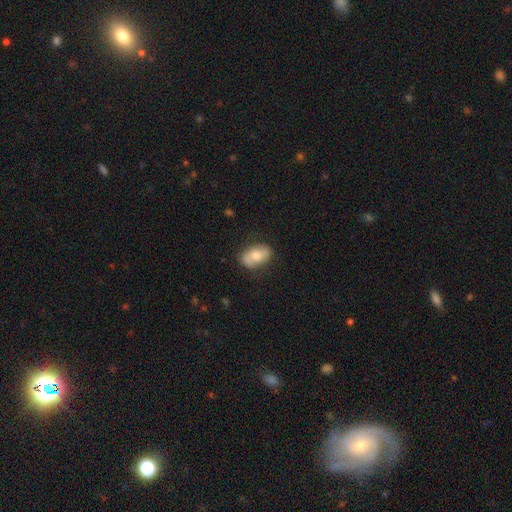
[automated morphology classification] type=smooth (65%); roundness=in between (88%); merging=none (76%).